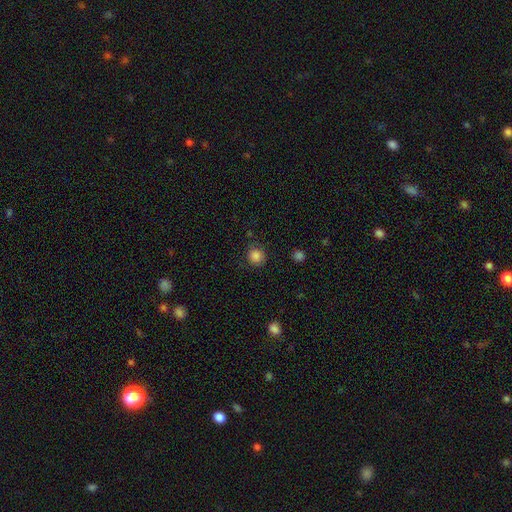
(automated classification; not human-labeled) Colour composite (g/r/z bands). It shows a smooth galaxy with no disk features (85%) that is round (91%). Merging: none (84%).